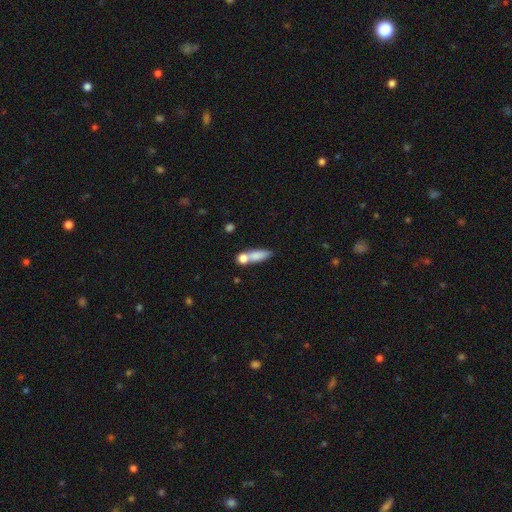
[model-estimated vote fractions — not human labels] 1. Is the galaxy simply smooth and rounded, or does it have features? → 75% smooth, 16% featured or disk, 9% star or artifact.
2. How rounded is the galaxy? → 46% cigar-shaped, 45% in between, 9% round.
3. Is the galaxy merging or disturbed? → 45% none, 35% merger, 13% minor disturbance, 6% major disturbance.